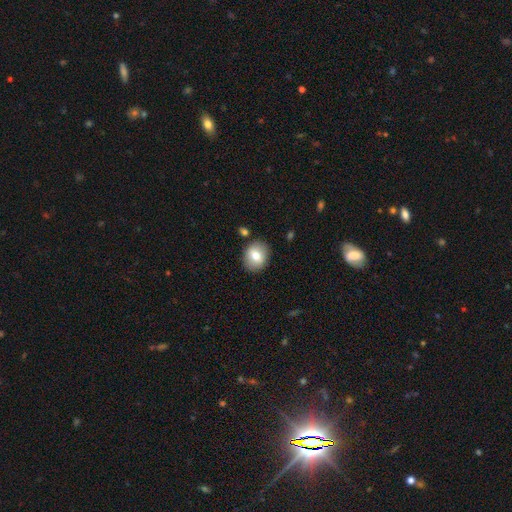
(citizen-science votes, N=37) Smooth or featured?
  - smooth: 73% *
  - featured or disk: 22%
  - star or artifact: 5%
How rounded?
  - round: 70% *
  - in between: 30%
  - cigar-shaped: 0%
Merging?
  - none: 86% *
  - minor disturbance: 11%
  - major disturbance: 3%
  - merger: 0%